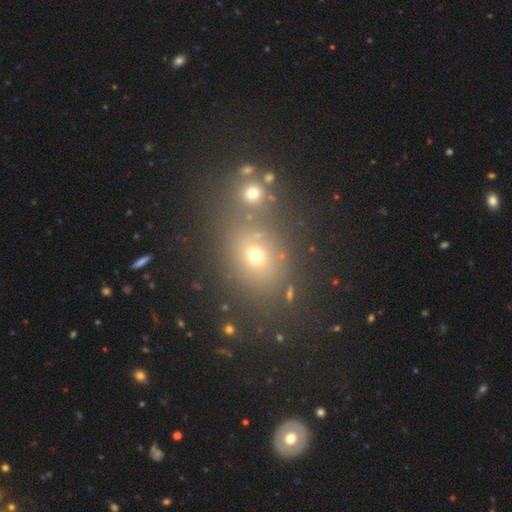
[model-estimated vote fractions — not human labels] This is possibly a smooth galaxy (52%). How rounded: possibly round (55%). Merging: likely none (65%).